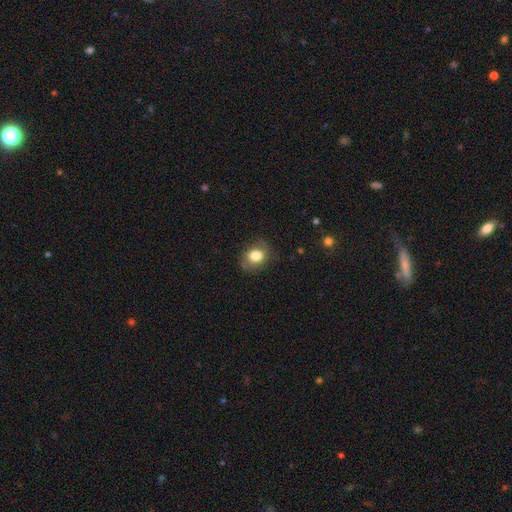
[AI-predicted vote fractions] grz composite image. It shows a smooth galaxy with no disk features (79%) that is round (52%). Merging: none (75%).